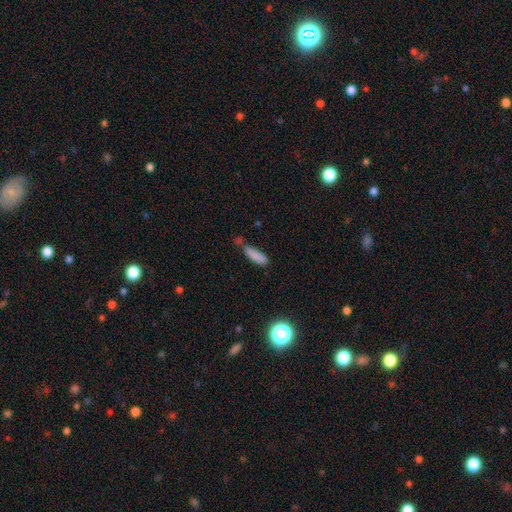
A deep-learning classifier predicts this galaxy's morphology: Smooth or featured: smooth — 82% (star or artifact — 10%)
How rounded: cigar-shaped — 60% (in between — 38%)
Merging: none — 50% (minor disturbance — 24%)